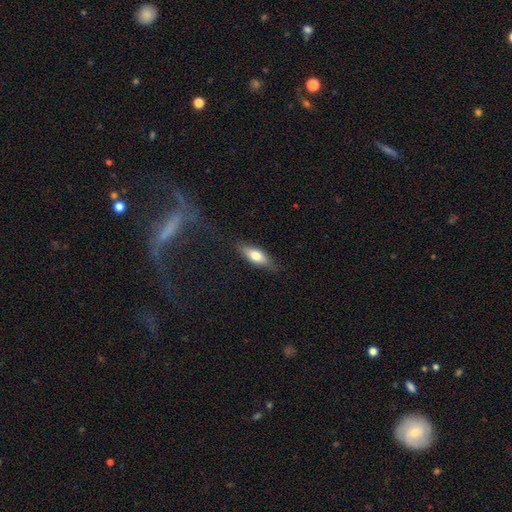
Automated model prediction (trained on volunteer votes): A smooth galaxy with no disk features (69%) that is in between round and cigar-shaped (67%).

Vote fractions:
- Smooth or featured? smooth: 69% / featured or disk: 24% / star or artifact: 7%
- How rounded? in between: 67% / cigar-shaped: 30% / round: 3%
- Merging? none: 80% / minor disturbance: 15% / major disturbance: 4% / merger: 1%